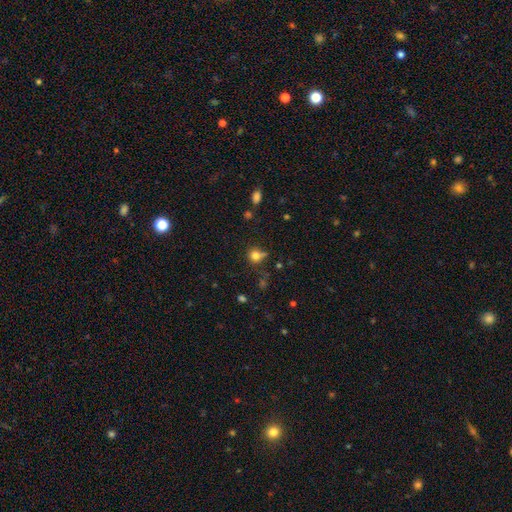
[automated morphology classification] Smooth or featured? smooth (77%)
How rounded? round (81%)
Merging? none (58%)